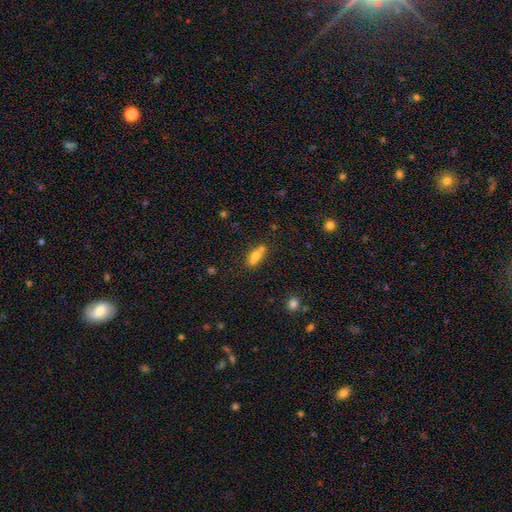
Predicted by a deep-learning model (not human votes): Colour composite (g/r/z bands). It shows a smooth galaxy with no disk features (67%) that is in between round and cigar-shaped (73%). Merging: none (43%).